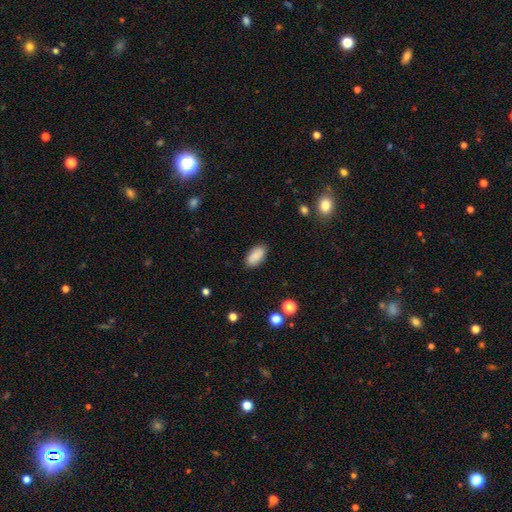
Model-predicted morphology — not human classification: type=smooth (87%); roundness=in between (93%); merging=none (86%).